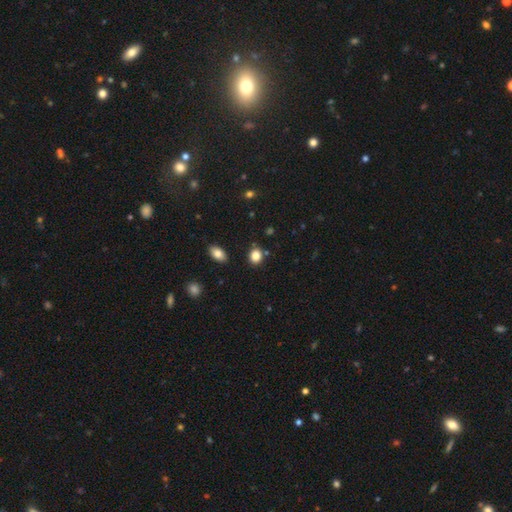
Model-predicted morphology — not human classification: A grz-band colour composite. It shows a smooth galaxy with no disk features (84%) that is round (65%). Merging: none (83%).